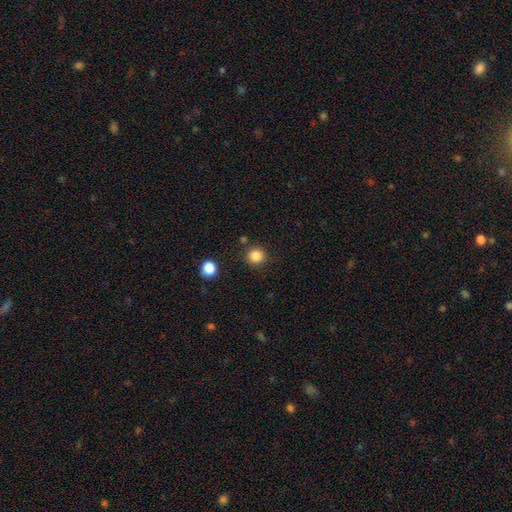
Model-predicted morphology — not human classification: Q: Smooth or featured?
A: smooth (86%); runner-up: star or artifact (11%)
Q: How rounded?
A: round (93%); runner-up: in between (7%)
Q: Merging?
A: none (88%); runner-up: minor disturbance (7%)